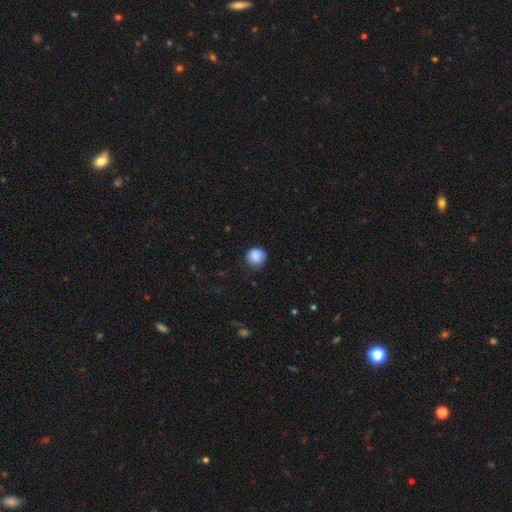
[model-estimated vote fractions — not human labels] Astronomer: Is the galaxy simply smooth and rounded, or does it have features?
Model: smooth — 87%.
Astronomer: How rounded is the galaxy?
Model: round — 93%.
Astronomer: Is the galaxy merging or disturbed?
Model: none — 79%.